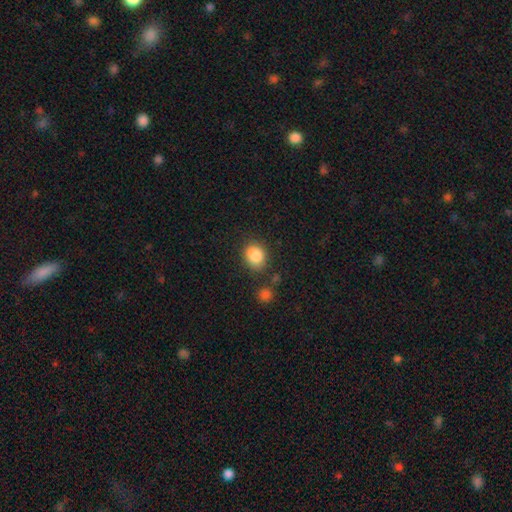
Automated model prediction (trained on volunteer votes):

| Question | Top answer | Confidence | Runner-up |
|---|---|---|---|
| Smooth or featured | smooth | 86% | star or artifact (9%) |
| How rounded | round | 57% | in between (42%) |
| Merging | none | 79% | minor disturbance (13%) |